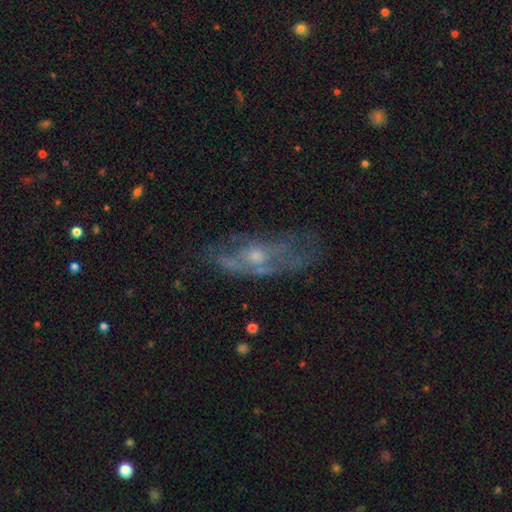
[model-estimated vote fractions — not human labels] featured or disk 64%, smooth 27%, star or artifact 9%. Down the decision tree: edge-on disk — no (83%); bar — no (84%); spiral arms — no (57%); bulge size — small (49%); merging — none (49%).